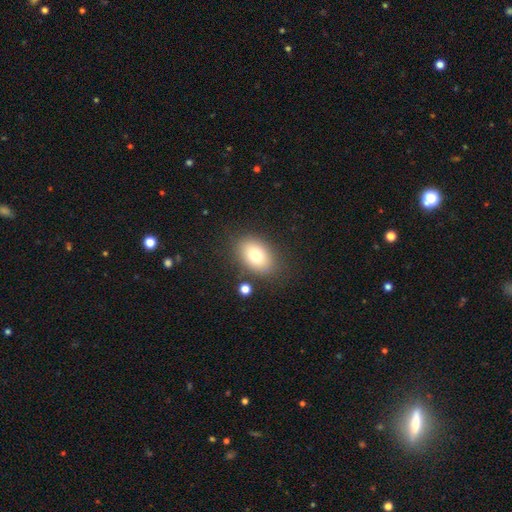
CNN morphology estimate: smooth 76%, featured or disk 15%, star or artifact 10%. Down the decision tree: how rounded — in between (81%); merging — none (81%).